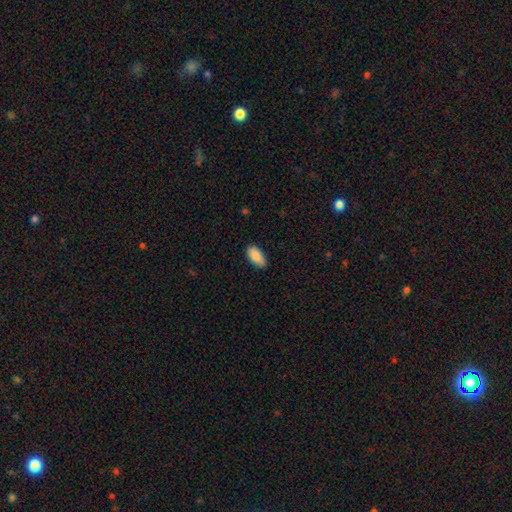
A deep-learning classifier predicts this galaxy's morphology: type=smooth (89%); roundness=in between (92%); merging=none (83%).